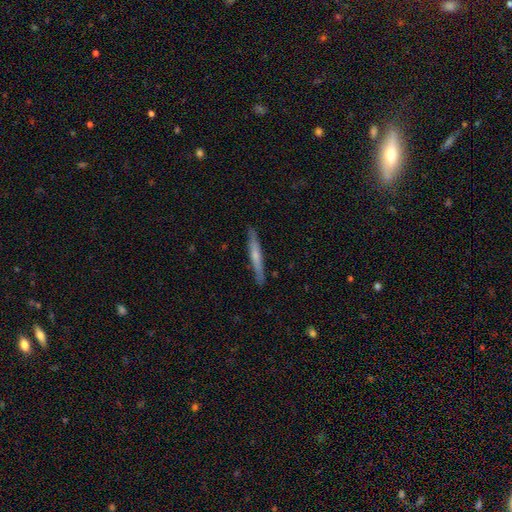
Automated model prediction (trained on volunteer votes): A featured or disk galaxy (48%). Merging: none (88%).